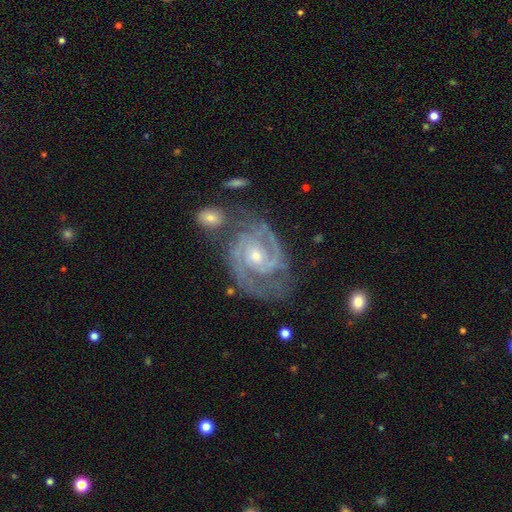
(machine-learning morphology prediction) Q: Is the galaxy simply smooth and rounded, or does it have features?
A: featured or disk — 92%.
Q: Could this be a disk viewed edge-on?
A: no — 98%.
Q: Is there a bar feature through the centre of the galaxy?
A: no — 55%.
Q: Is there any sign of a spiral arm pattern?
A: yes — 98%.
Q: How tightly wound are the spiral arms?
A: tight — 58%.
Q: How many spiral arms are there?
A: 2 — 71%.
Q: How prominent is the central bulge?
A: small — 52%.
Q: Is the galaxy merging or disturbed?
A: none — 63%.